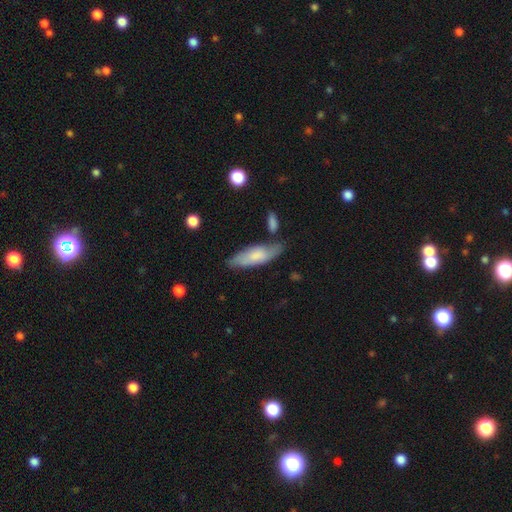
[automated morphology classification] Smooth or featured: smooth — 64% (featured or disk — 30%)
How rounded: in between — 55% (cigar-shaped — 43%)
Merging: none — 67% (minor disturbance — 21%)